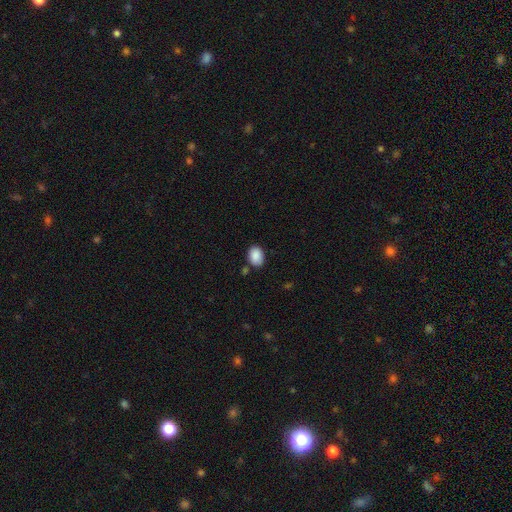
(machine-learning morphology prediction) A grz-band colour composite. It shows a smooth galaxy with no disk features (88%) that is in between round and cigar-shaped (71%). Merging: none (75%).